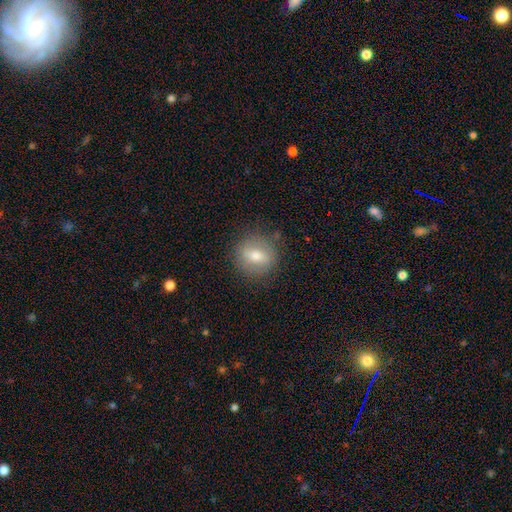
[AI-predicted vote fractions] Q: Smooth or featured?
A: smooth (60%); runner-up: featured or disk (31%)
Q: How rounded?
A: round (80%); runner-up: in between (19%)
Q: Merging?
A: none (83%); runner-up: minor disturbance (12%)